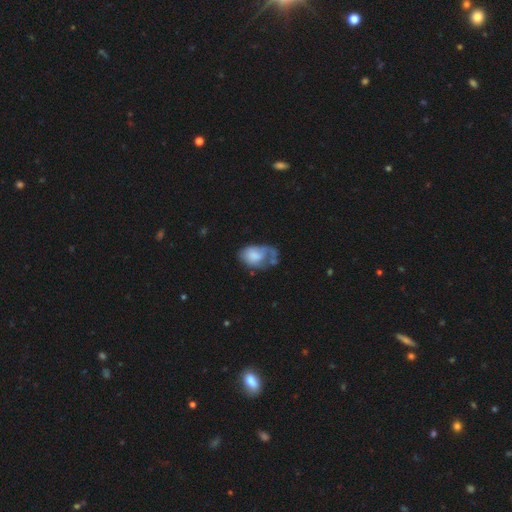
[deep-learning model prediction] smooth 57%, featured or disk 36%, star or artifact 7%. Down the decision tree: how rounded — in between (84%); merging — major disturbance (38%).